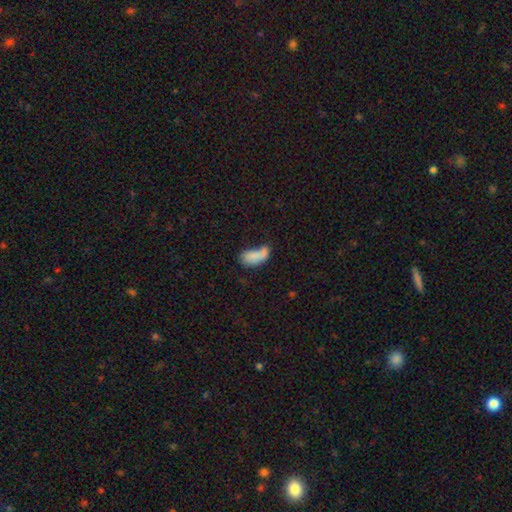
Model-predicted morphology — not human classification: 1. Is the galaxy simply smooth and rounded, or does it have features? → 77% smooth, 14% featured or disk, 8% star or artifact.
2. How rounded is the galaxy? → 91% in between, 6% cigar-shaped, 4% round.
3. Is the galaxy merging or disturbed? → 30% none, 28% minor disturbance, 26% major disturbance, 15% merger.